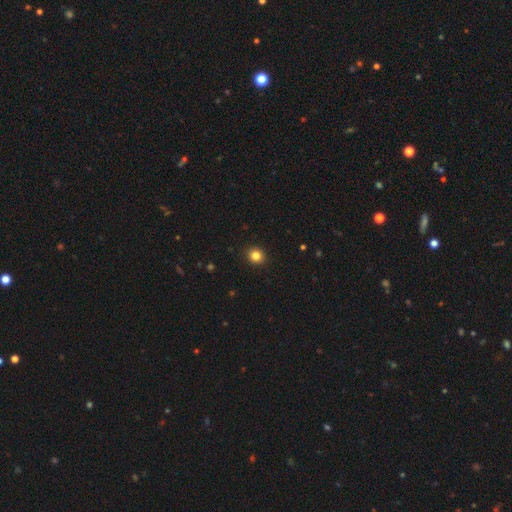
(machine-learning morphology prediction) Smooth or featured?
  - smooth: 84% *
  - star or artifact: 12%
  - featured or disk: 4%
How rounded?
  - round: 87% *
  - in between: 12%
  - cigar-shaped: 1%
Merging?
  - none: 92% *
  - minor disturbance: 5%
  - major disturbance: 2%
  - merger: 1%